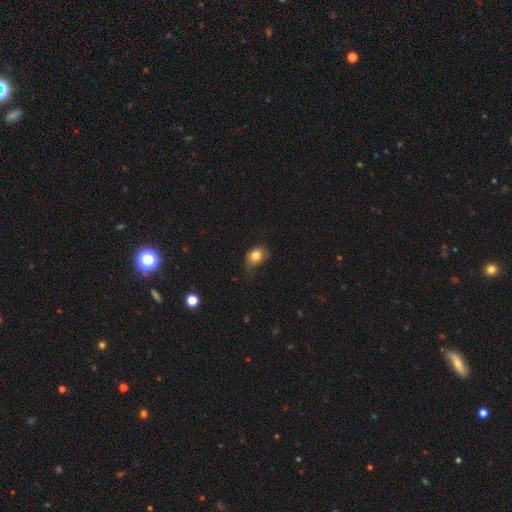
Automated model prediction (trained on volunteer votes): Smooth or featured?
  - smooth: 80% *
  - featured or disk: 10%
  - star or artifact: 10%
How rounded?
  - in between: 55% *
  - round: 44%
  - cigar-shaped: 1%
Merging?
  - none: 50% *
  - minor disturbance: 36%
  - major disturbance: 13%
  - merger: 2%